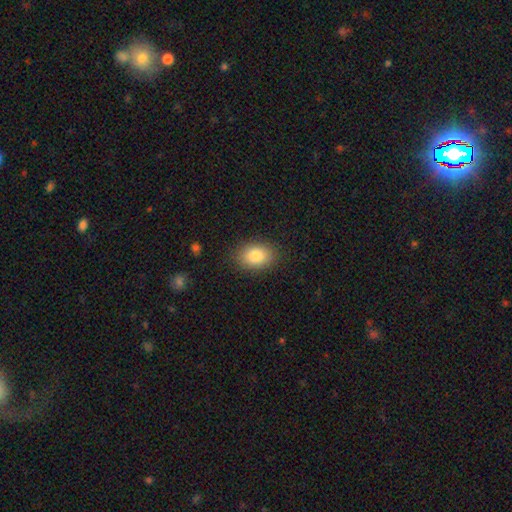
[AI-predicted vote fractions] Smooth or featured: smooth — 84% (featured or disk — 8%)
How rounded: in between — 79% (round — 20%)
Merging: none — 87% (minor disturbance — 10%)